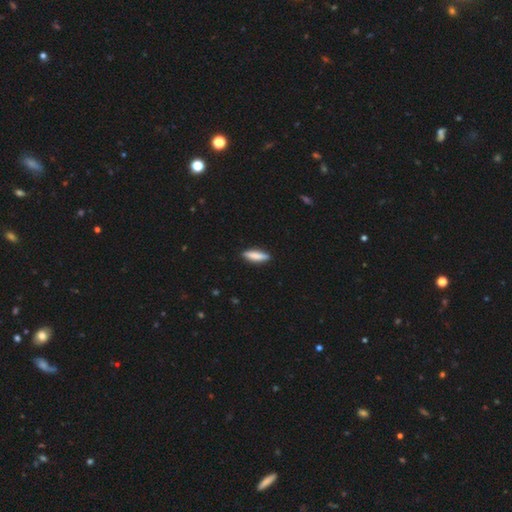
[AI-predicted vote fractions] Overall: smooth (81%). How rounded: cigar-shaped (67%; in between 31%). Merging: none (89%).